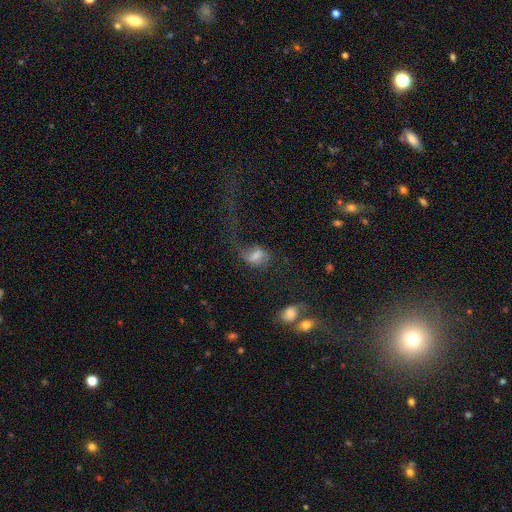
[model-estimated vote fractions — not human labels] Smooth or featured? Predicted: featured or disk (p=0.48). Merging? Predicted: major disturbance (p=0.49).